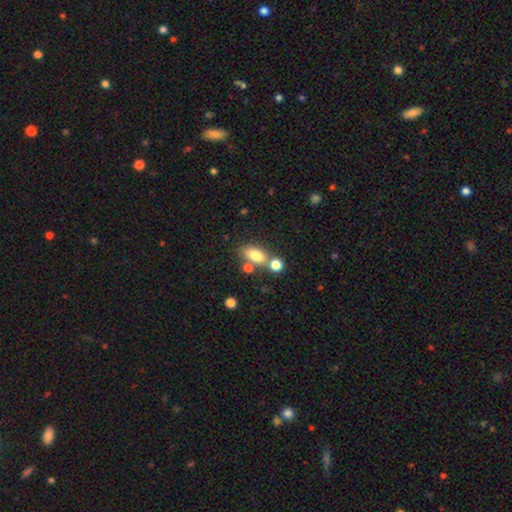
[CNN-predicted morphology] Smooth or featured: smooth — 77% (featured or disk — 13%)
How rounded: in between — 81% (round — 11%)
Merging: none — 60% (merger — 23%)